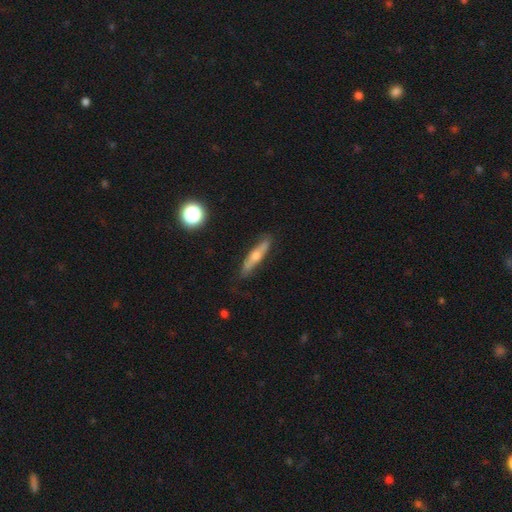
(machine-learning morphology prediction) Q: Smooth or featured?
A: featured or disk (50%); runner-up: smooth (43%)
Q: Merging?
A: none (81%); runner-up: minor disturbance (14%)